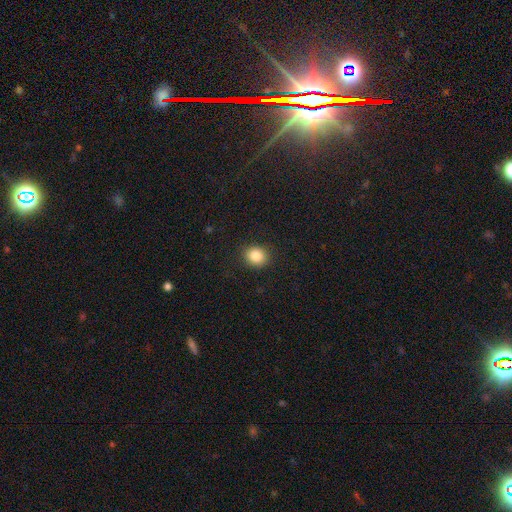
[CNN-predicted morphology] Smooth or featured?
  - smooth: 85% *
  - star or artifact: 10%
  - featured or disk: 5%
How rounded?
  - round: 74% *
  - in between: 25%
  - cigar-shaped: 1%
Merging?
  - none: 90% *
  - minor disturbance: 7%
  - major disturbance: 2%
  - merger: 1%